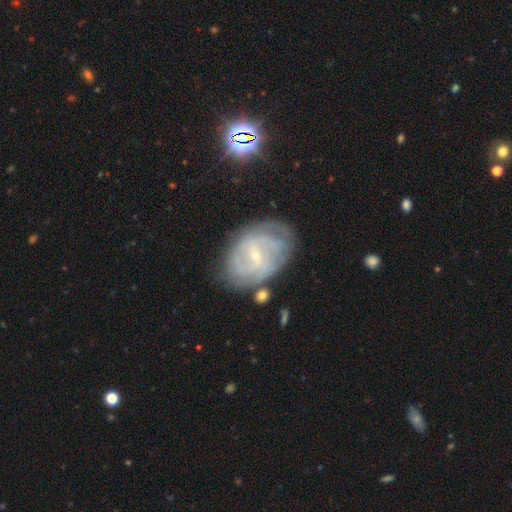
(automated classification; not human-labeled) Smooth or featured: featured or disk — 76% (smooth — 17%)
Edge-on disk: no — 96% (yes — 4%)
Bar: weak — 57% (no — 23%)
Spiral arms: yes — 85% (no — 15%)
Spiral winding: tight — 46% (medium — 38%)
Spiral arm count: can't tell — 40% (2 — 36%)
Bulge size: small — 75% (moderate — 18%)
Merging: none — 68% (minor disturbance — 21%)